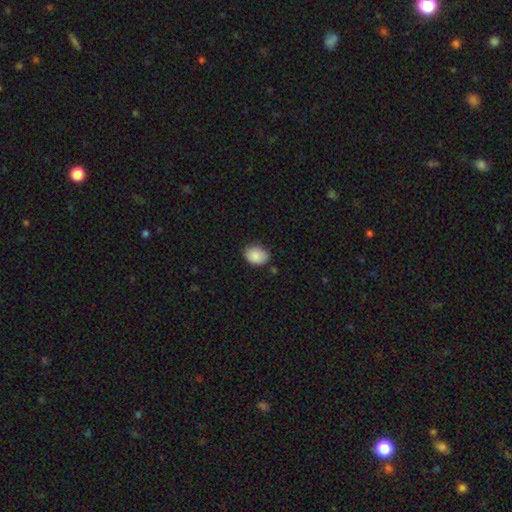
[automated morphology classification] A smooth galaxy with no disk features (88%) that is in between round and cigar-shaped (66%). Merging: none (76%).